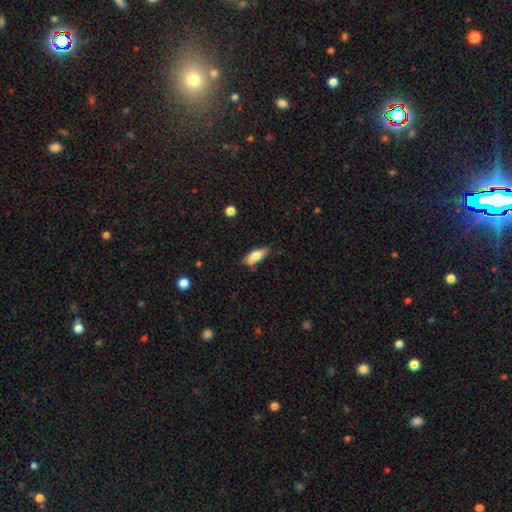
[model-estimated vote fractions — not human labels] This appears to be a smooth galaxy with no disk features (71%) that is in between round and cigar-shaped (75%). Merging: none (68%).